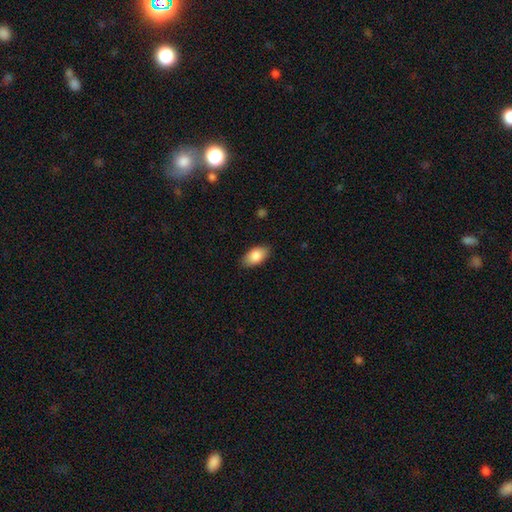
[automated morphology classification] The model was most divided on "merging": none: 87%, minor disturbance: 10%, major disturbance: 2%, merger: 1%. More confident: how rounded — in between (94%); smooth or featured — smooth (86%).